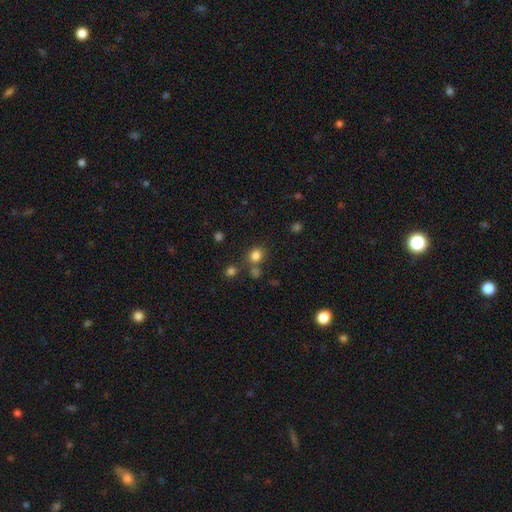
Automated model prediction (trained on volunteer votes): Smooth or featured: smooth — 80% (star or artifact — 14%)
How rounded: round — 77% (in between — 22%)
Merging: none — 67% (merger — 17%)